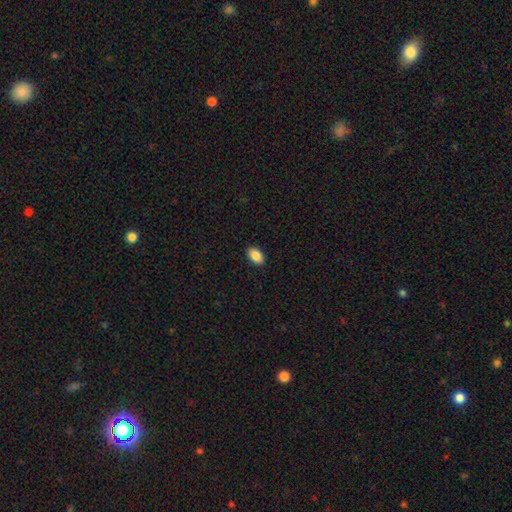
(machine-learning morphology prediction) The model was most divided on "smooth or featured": smooth: 89%, star or artifact: 8%, featured or disk: 4%. More confident: how rounded — in between (91%); merging — none (90%).